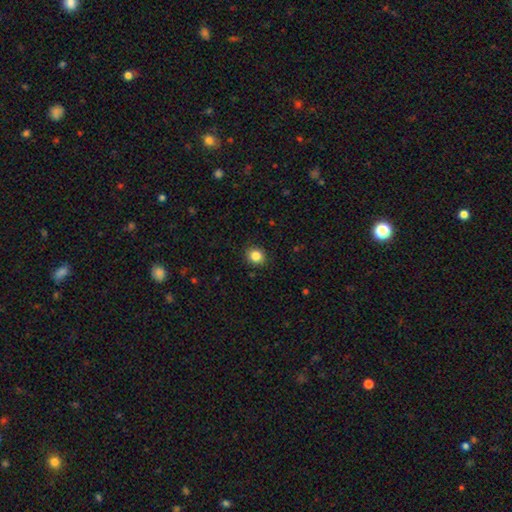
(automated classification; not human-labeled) Q: Smooth or featured?
A: smooth (85%); runner-up: star or artifact (10%)
Q: How rounded?
A: round (73%); runner-up: in between (27%)
Q: Merging?
A: none (90%); runner-up: minor disturbance (7%)